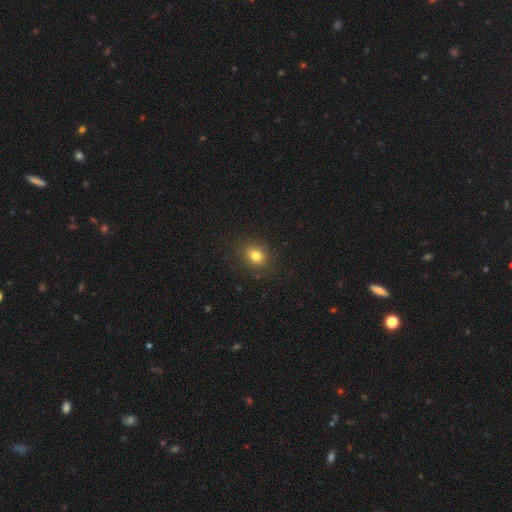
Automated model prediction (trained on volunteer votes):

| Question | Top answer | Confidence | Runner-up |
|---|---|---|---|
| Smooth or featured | smooth | 80% | star or artifact (13%) |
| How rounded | round | 59% | in between (40%) |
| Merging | none | 86% | minor disturbance (10%) |